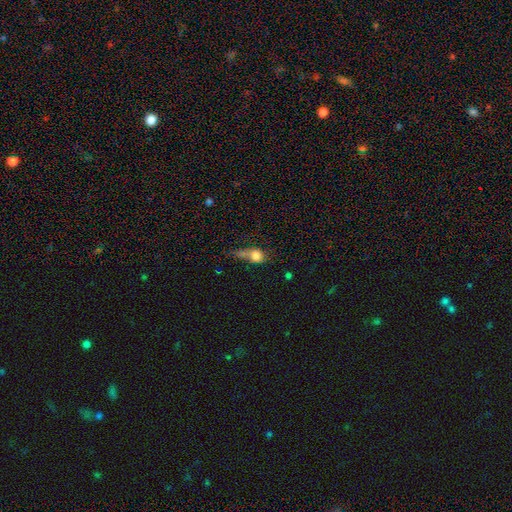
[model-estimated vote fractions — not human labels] smooth-or-featured: smooth: 74% | featured or disk: 15% | star or artifact: 11%
  how-rounded: round: 58% | in between: 38% | cigar-shaped: 5%
  merging: none: 27% | major disturbance: 26% | merger: 25% | minor disturbance: 22%